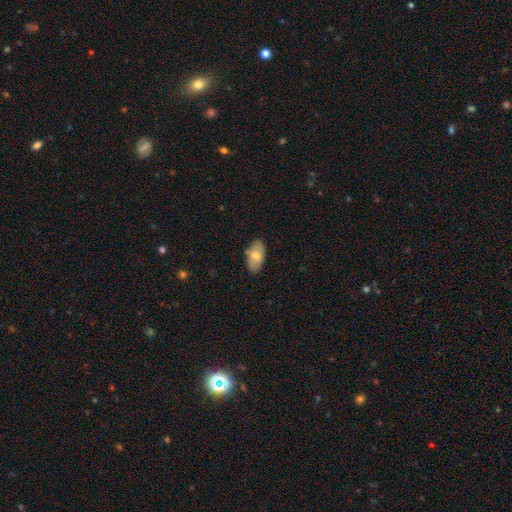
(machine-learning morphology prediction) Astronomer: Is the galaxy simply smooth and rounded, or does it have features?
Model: smooth — 72%.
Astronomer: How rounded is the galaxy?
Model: in between — 94%.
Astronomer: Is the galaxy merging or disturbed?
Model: none — 81%.